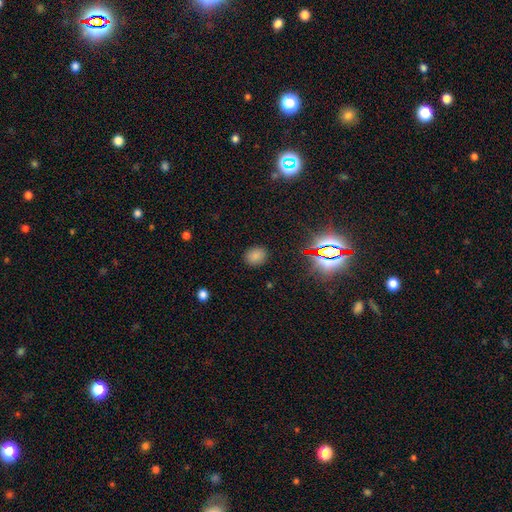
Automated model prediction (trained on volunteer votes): Smooth or featured?
  - smooth: 77% *
  - star or artifact: 18%
  - featured or disk: 5%
How rounded?
  - round: 55% *
  - in between: 44%
  - cigar-shaped: 1%
Merging?
  - none: 87% *
  - minor disturbance: 9%
  - major disturbance: 3%
  - merger: 1%